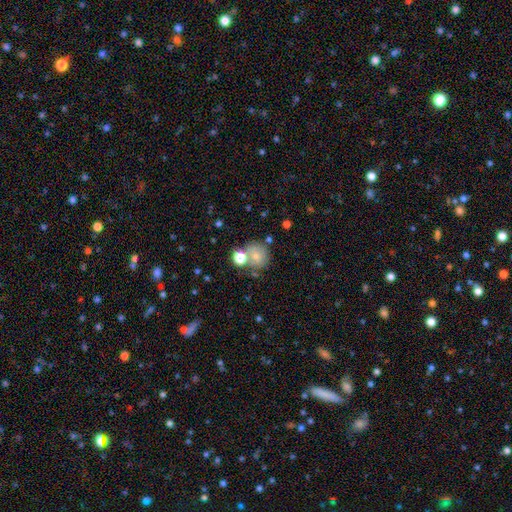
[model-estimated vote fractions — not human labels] Smooth or featured? smooth (71%)
How rounded? round (83%)
Merging? none (54%)